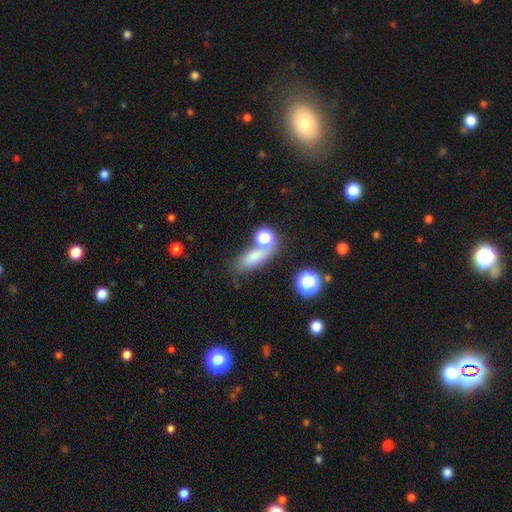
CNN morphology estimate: Smooth or featured: smooth — 74% (star or artifact — 14%)
How rounded: in between — 61% (cigar-shaped — 24%)
Merging: none — 52% (merger — 25%)